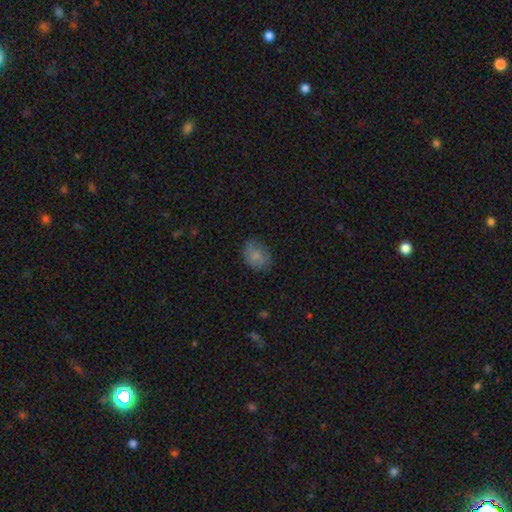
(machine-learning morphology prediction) Overall: smooth (75%). How rounded: in between (63%; round 36%). Merging: none (67%).